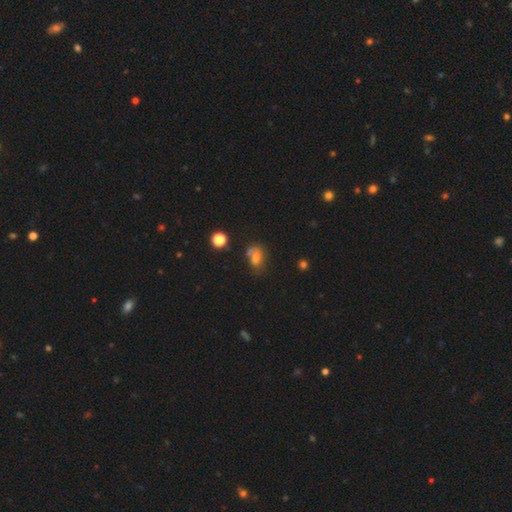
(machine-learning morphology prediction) A smooth galaxy with no disk features (62%) that is in between round and cigar-shaped (72%).

Vote fractions:
- Smooth or featured? smooth: 62% / star or artifact: 22% / featured or disk: 16%
- How rounded? in between: 72% / round: 26% / cigar-shaped: 3%
- Merging? none: 48% / minor disturbance: 22% / merger: 17% / major disturbance: 13%